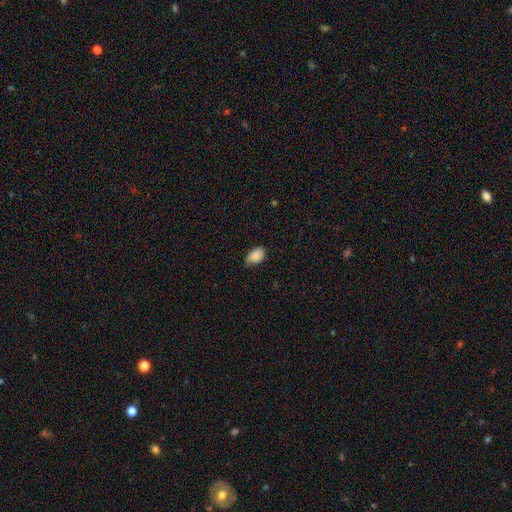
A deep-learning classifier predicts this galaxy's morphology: This is clearly a smooth galaxy (86%). How rounded: clearly in between (88%). Merging: likely none (60%).